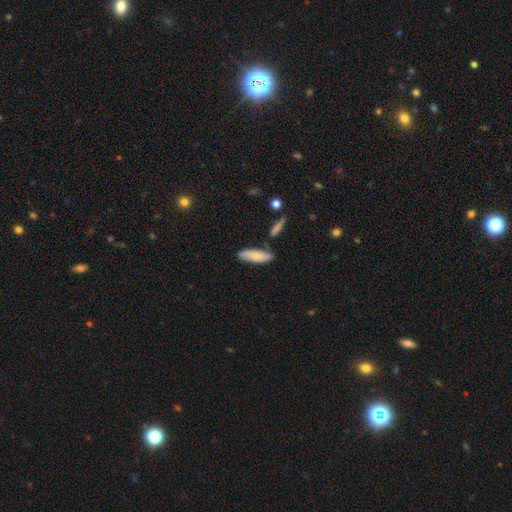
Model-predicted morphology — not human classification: A smooth galaxy with no disk features (80%) that is in between round and cigar-shaped (52%).

Vote fractions:
- Smooth or featured? smooth: 80% / featured or disk: 14% / star or artifact: 6%
- How rounded? in between: 52% / cigar-shaped: 46% / round: 2%
- Merging? none: 72% / minor disturbance: 16% / merger: 9% / major disturbance: 3%